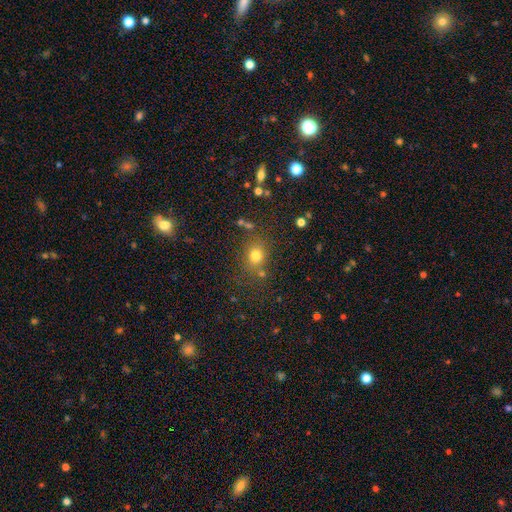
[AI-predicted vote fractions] Smooth or featured? smooth (75%)
How rounded? round (63%)
Merging? none (75%)